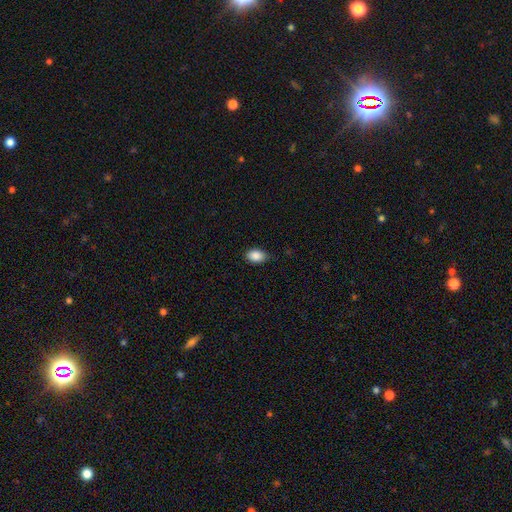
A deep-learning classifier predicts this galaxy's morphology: Smooth or featured?
  - smooth: 88% *
  - star or artifact: 8%
  - featured or disk: 4%
How rounded?
  - in between: 86% *
  - round: 13%
  - cigar-shaped: 1%
Merging?
  - none: 80% *
  - minor disturbance: 17%
  - major disturbance: 3%
  - merger: 1%